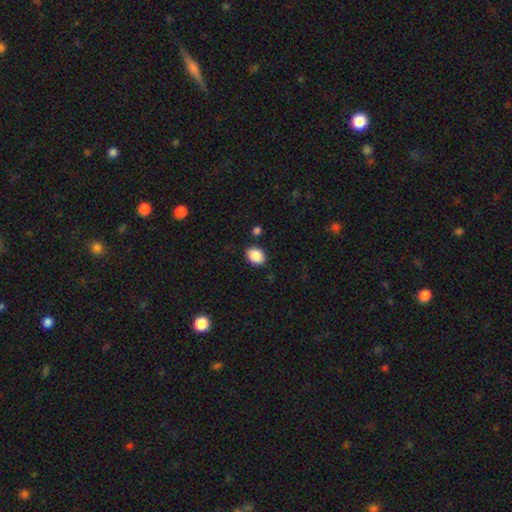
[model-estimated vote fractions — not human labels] This appears to be a smooth galaxy with no disk features (89%) that is in between round and cigar-shaped (67%). Merging: none (86%).